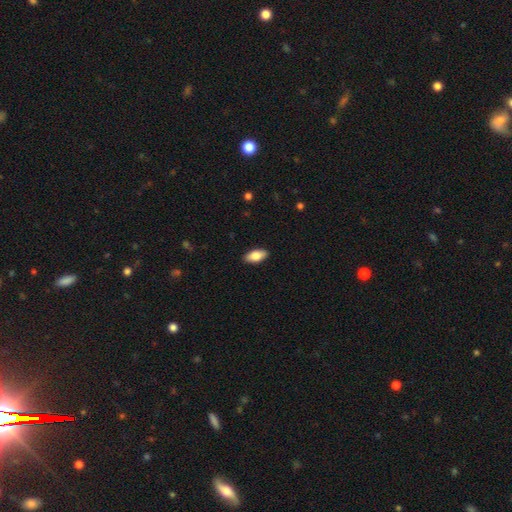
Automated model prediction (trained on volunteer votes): Q: Smooth or featured?
A: smooth (82%); runner-up: featured or disk (12%)
Q: How rounded?
A: in between (89%); runner-up: cigar-shaped (8%)
Q: Merging?
A: none (90%); runner-up: minor disturbance (8%)